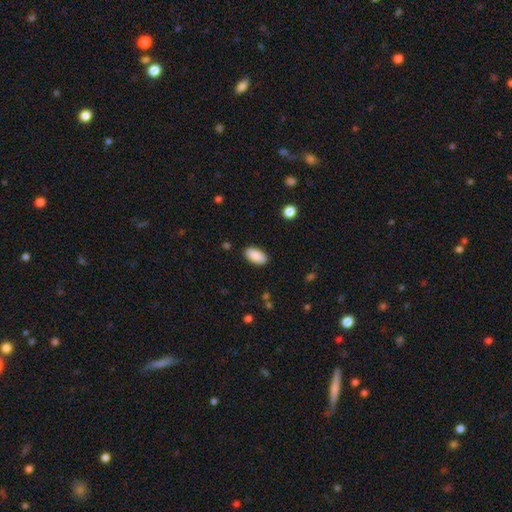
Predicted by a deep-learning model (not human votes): Smooth or featured? Predicted: smooth (p=0.88). How rounded? Predicted: in between (p=0.95). Merging? Predicted: none (p=0.88).